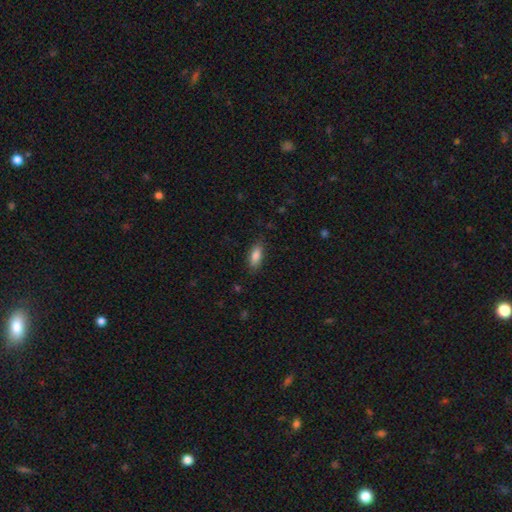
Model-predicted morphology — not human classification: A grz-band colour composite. It shows a smooth galaxy with no disk features (84%) that is in between round and cigar-shaped (75%). Merging: none (82%).